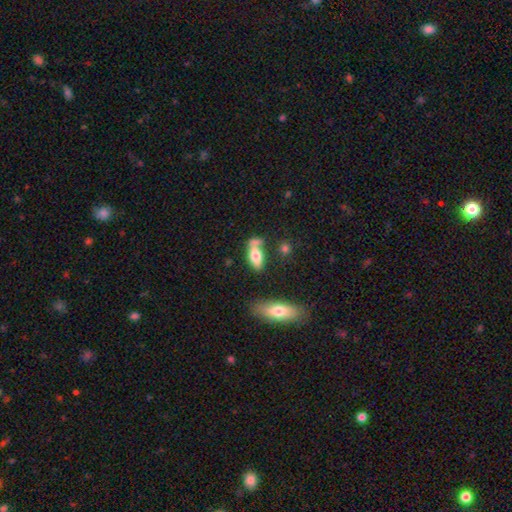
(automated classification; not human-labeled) A smooth galaxy with no disk features (68%) that is in between round and cigar-shaped (79%). Merging: none (41%).